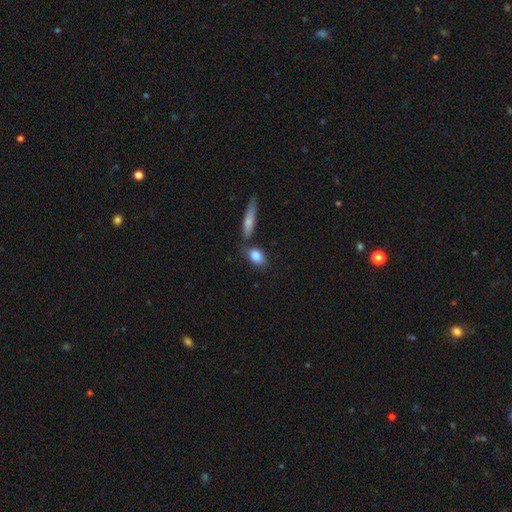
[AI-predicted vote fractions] smooth-or-featured: smooth: 83% | featured or disk: 10% | star or artifact: 7%
  how-rounded: in between: 77% | round: 16% | cigar-shaped: 8%
  merging: none: 64% | merger: 18% | minor disturbance: 14% | major disturbance: 4%